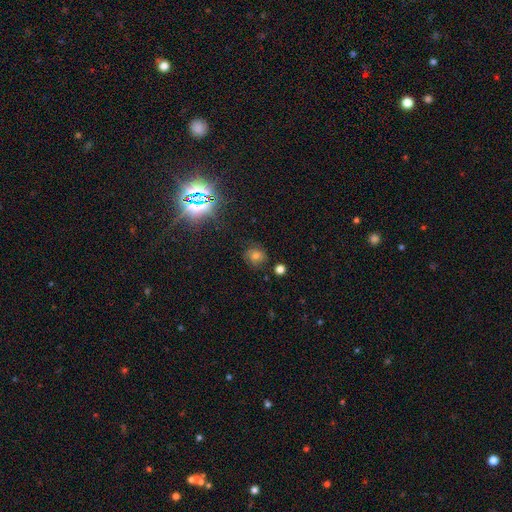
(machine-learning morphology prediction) This appears to be a smooth galaxy with no disk features (50%) that is round (77%). Merging: none (74%).